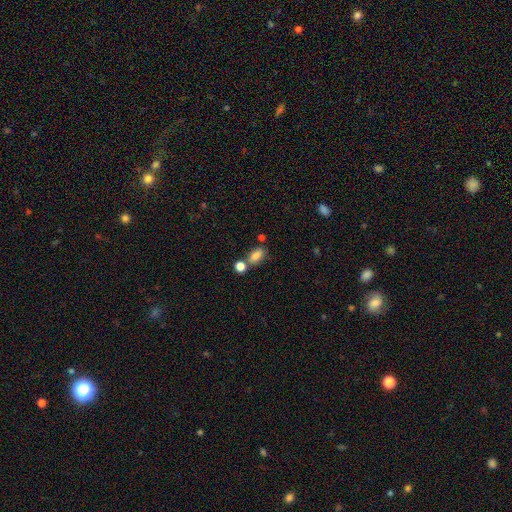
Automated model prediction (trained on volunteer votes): smooth-or-featured: smooth: 82% | star or artifact: 10% | featured or disk: 8%
  how-rounded: in between: 84% | round: 10% | cigar-shaped: 5%
  merging: none: 58% | merger: 23% | minor disturbance: 13% | major disturbance: 5%